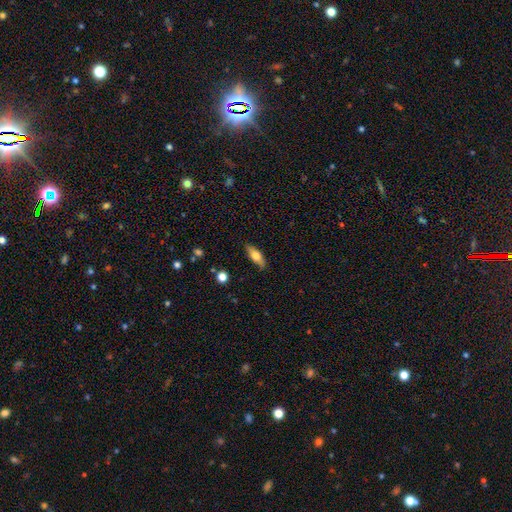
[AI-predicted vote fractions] smooth-or-featured: smooth: 66% | featured or disk: 27% | star or artifact: 7%
  how-rounded: in between: 66% | cigar-shaped: 31% | round: 3%
  merging: none: 82% | minor disturbance: 14% | major disturbance: 3% | merger: 1%